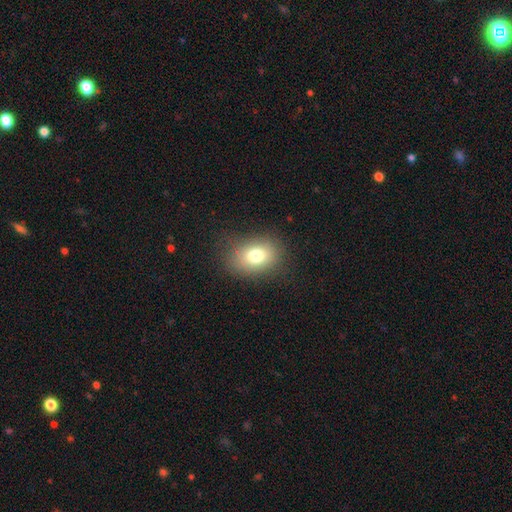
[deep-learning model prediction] A smooth galaxy with no disk features (77%) that is in between round and cigar-shaped (68%). Merging: none (82%).